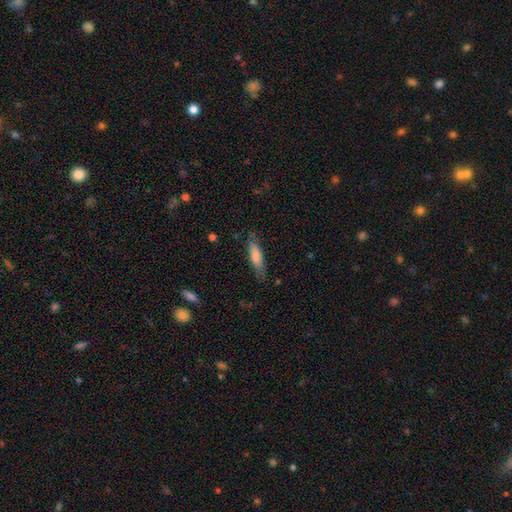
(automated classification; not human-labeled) A smooth galaxy with no disk features (79%) that is cigar-shaped (58%). Merging: none (70%).